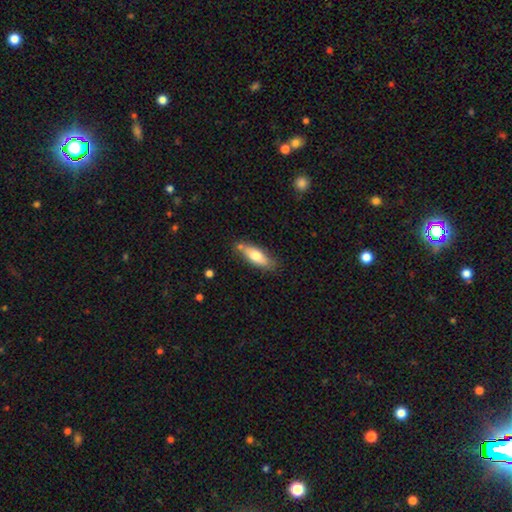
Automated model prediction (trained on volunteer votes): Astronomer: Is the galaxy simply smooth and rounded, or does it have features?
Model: smooth — 69%.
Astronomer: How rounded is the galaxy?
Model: in between — 71%.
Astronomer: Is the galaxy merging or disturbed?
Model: none — 70%.